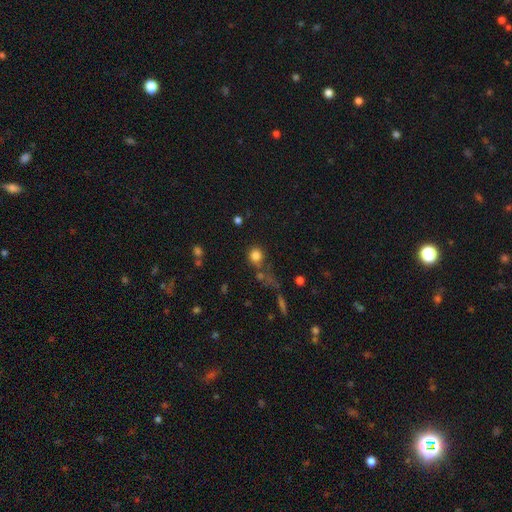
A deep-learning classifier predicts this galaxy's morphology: A smooth galaxy with no disk features (82%) that is round (88%).

Vote fractions:
- Smooth or featured? smooth: 82% / star or artifact: 12% / featured or disk: 6%
- How rounded? round: 88% / in between: 10% / cigar-shaped: 1%
- Merging? none: 67% / merger: 14% / minor disturbance: 12% / major disturbance: 7%